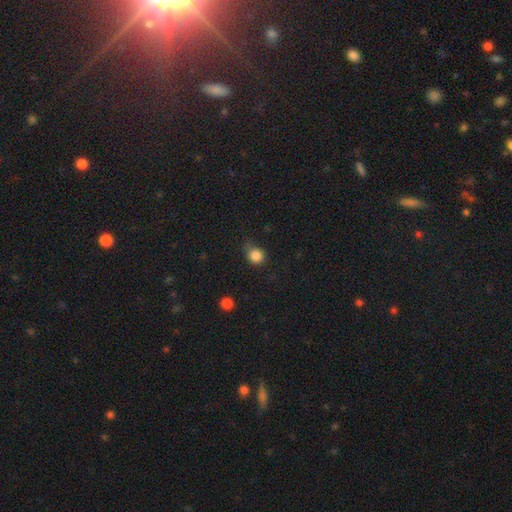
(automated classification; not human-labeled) Overall: smooth (84%). How rounded: round (85%). Merging: none (63%; minor disturbance 27%).